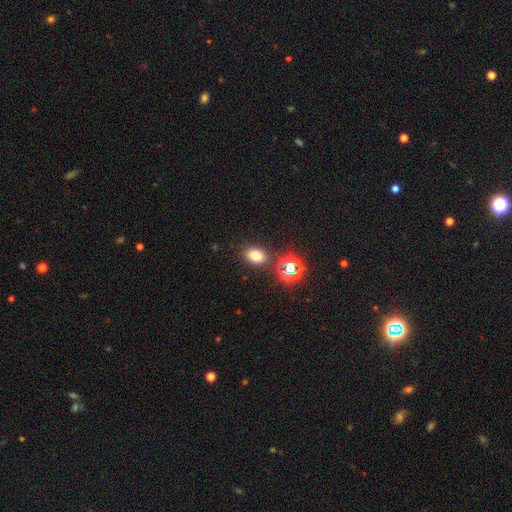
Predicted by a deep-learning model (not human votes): Morphology: type=smooth (72%); roundness=in between (75%); merging=none (82%).